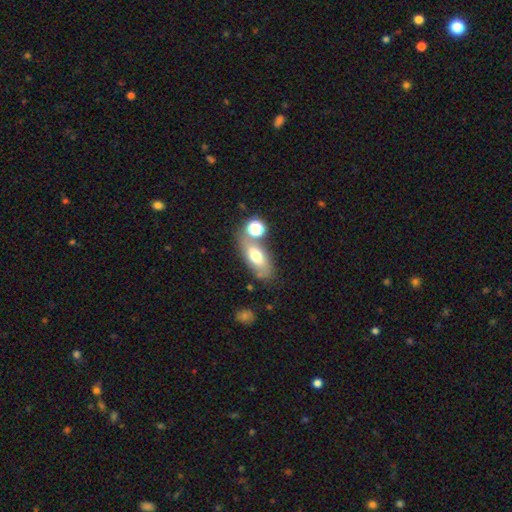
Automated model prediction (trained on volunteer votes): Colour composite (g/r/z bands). It shows a smooth galaxy with no disk features (61%) that is in between round and cigar-shaped (81%). Merging: none (57%).